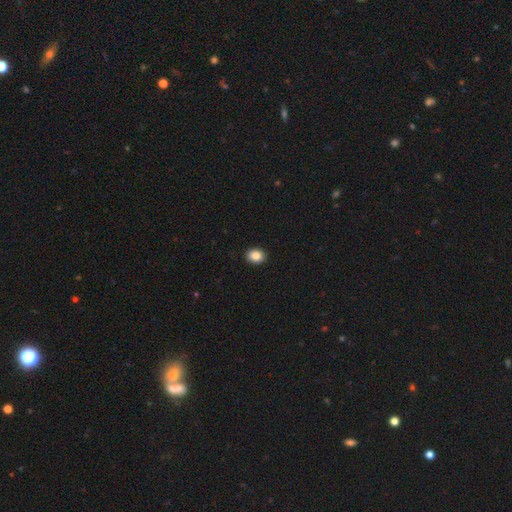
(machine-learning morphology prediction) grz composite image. It shows a smooth galaxy with no disk features (86%) that is in between round and cigar-shaped (52%). Merging: none (92%).